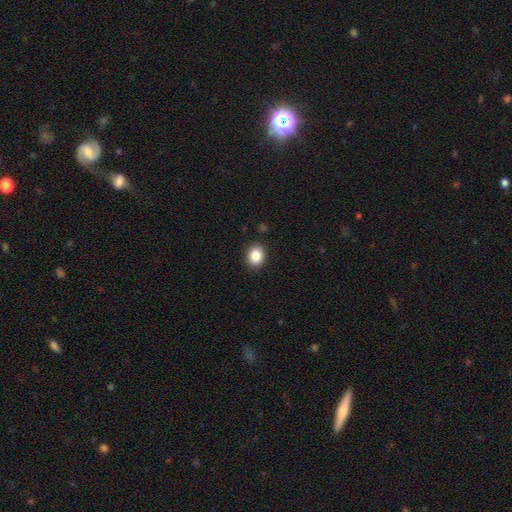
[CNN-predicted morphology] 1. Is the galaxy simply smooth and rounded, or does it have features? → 87% smooth, 9% star or artifact, 4% featured or disk.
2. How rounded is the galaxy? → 54% round, 45% in between, 1% cigar-shaped.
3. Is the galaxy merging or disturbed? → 89% none, 8% minor disturbance, 2% major disturbance, 1% merger.